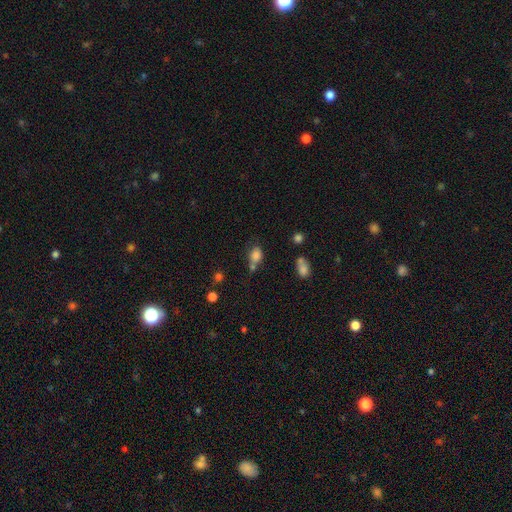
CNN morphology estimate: smooth-or-featured: smooth: 80% | star or artifact: 12% | featured or disk: 7%
  how-rounded: in between: 64% | round: 34% | cigar-shaped: 2%
  merging: none: 48% | merger: 26% | minor disturbance: 19% | major disturbance: 8%